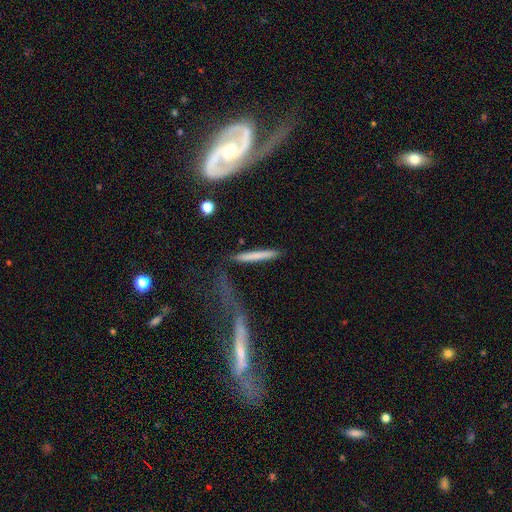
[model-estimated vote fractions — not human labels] smooth 69%, featured or disk 24%, star or artifact 6%. Down the decision tree: how rounded — cigar-shaped (95%); merging — none (75%).